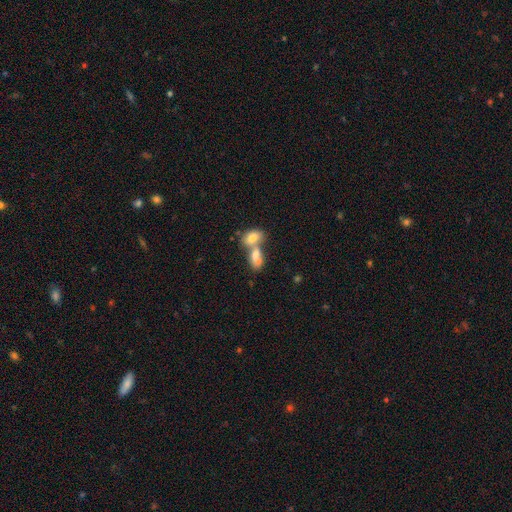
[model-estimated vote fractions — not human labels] Overall: smooth (76%). How rounded: in between (85%). Merging: merger (72%).